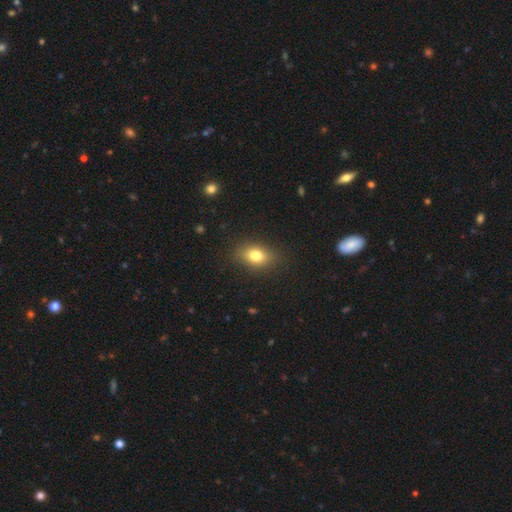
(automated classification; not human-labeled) Q: Smooth or featured?
A: smooth (78%); runner-up: featured or disk (11%)
Q: How rounded?
A: in between (74%); runner-up: round (23%)
Q: Merging?
A: none (86%); runner-up: minor disturbance (10%)